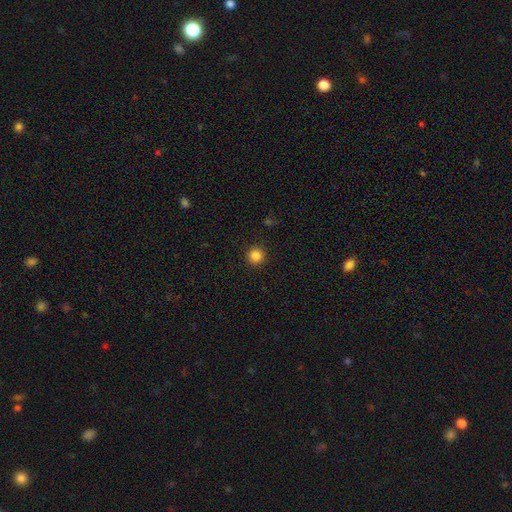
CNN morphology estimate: A smooth galaxy with no disk features (85%) that is round (95%).

Vote fractions:
- Smooth or featured? smooth: 85% / star or artifact: 11% / featured or disk: 4%
- How rounded? round: 95% / in between: 4% / cigar-shaped: 1%
- Merging? none: 92% / minor disturbance: 5% / major disturbance: 2% / merger: 1%